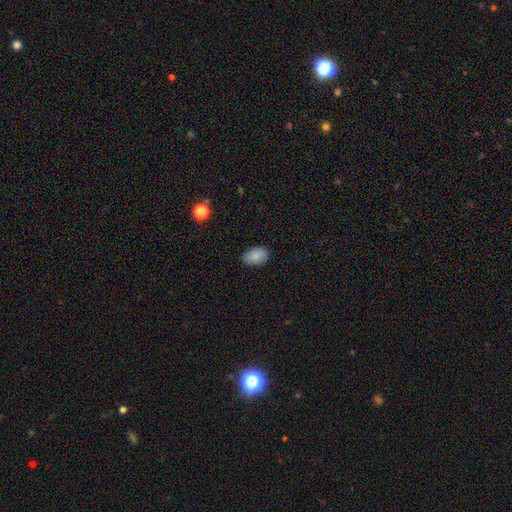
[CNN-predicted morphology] Overall: smooth (85%). How rounded: in between (88%). Merging: none (82%).